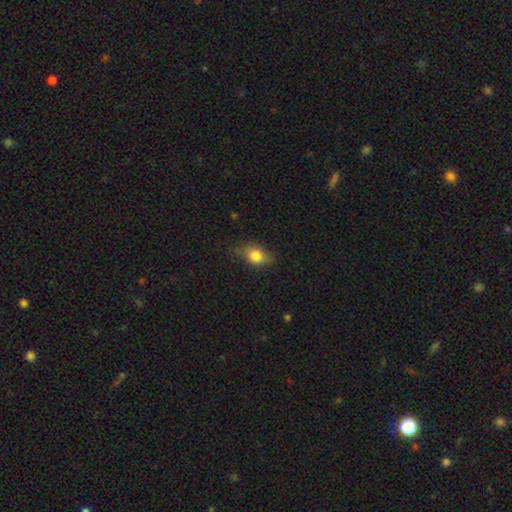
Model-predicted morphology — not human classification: A smooth galaxy with no disk features (80%) that is in between round and cigar-shaped (71%).

Vote fractions:
- Smooth or featured? smooth: 80% / featured or disk: 11% / star or artifact: 9%
- How rounded? in between: 71% / round: 27% / cigar-shaped: 3%
- Merging? none: 70% / minor disturbance: 23% / major disturbance: 5% / merger: 1%